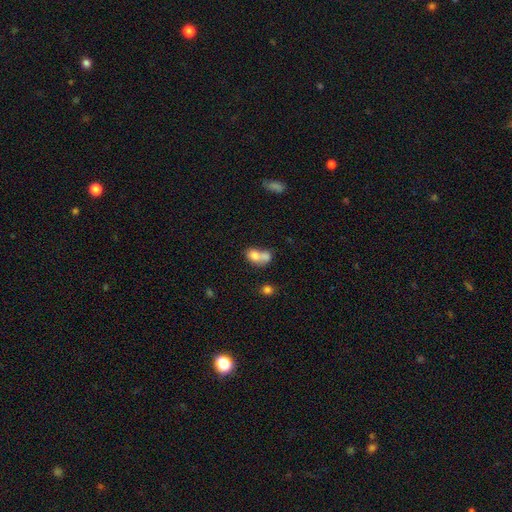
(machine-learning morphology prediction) Smooth or featured? smooth (73%)
How rounded? in between (59%)
Merging? merger (65%)